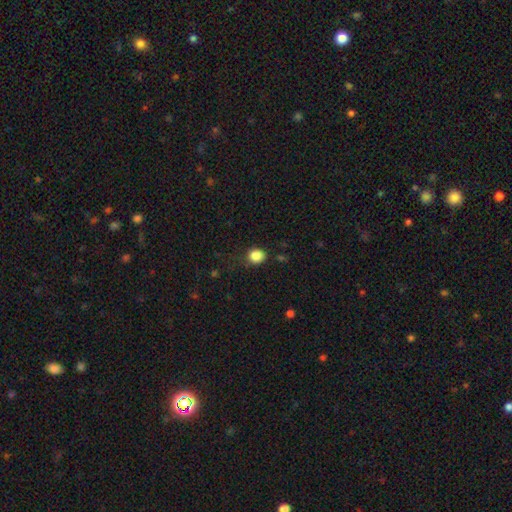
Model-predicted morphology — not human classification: A smooth galaxy with no disk features (86%) that is round (76%).

Vote fractions:
- Smooth or featured? smooth: 86% / star or artifact: 10% / featured or disk: 4%
- How rounded? round: 76% / in between: 23% / cigar-shaped: 1%
- Merging? none: 77% / minor disturbance: 17% / major disturbance: 5% / merger: 2%